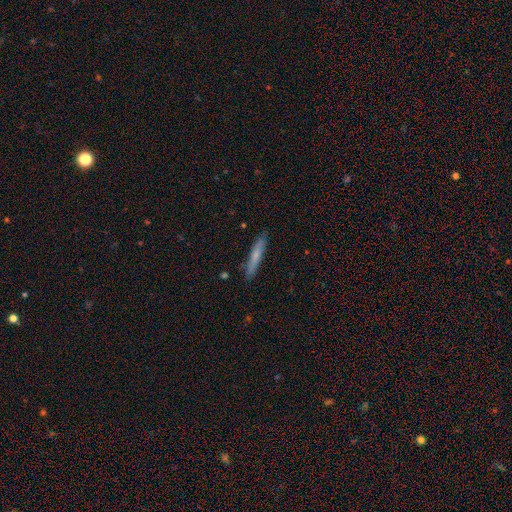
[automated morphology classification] smooth-or-featured: smooth: 61% | featured or disk: 33% | star or artifact: 6%
  how-rounded: cigar-shaped: 94% | in between: 5% | round: 1%
  merging: none: 86% | minor disturbance: 11% | major disturbance: 2% | merger: 2%